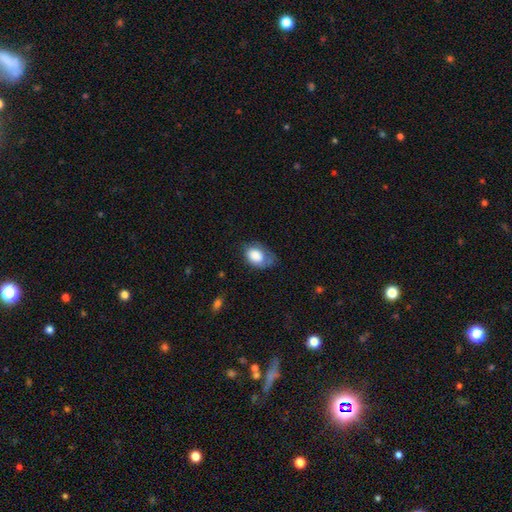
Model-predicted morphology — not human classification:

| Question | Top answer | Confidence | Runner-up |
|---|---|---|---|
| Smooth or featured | smooth | 81% | featured or disk (12%) |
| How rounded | in between | 83% | round (16%) |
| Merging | none | 40% | minor disturbance (36%) |